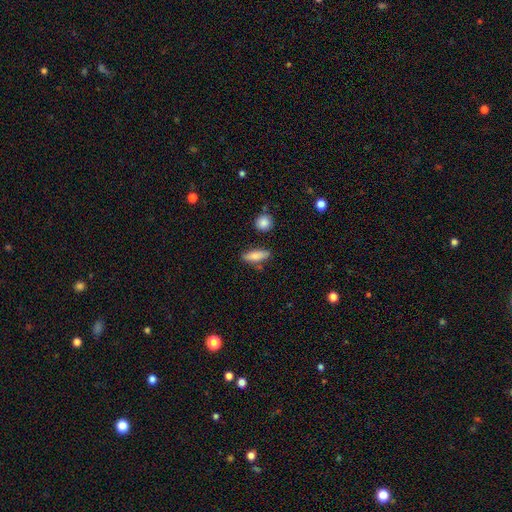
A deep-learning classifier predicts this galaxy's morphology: Smooth or featured?
  - smooth: 77% *
  - featured or disk: 16%
  - star or artifact: 7%
How rounded?
  - in between: 55% *
  - cigar-shaped: 41%
  - round: 3%
Merging?
  - none: 75% *
  - minor disturbance: 16%
  - merger: 5%
  - major disturbance: 3%